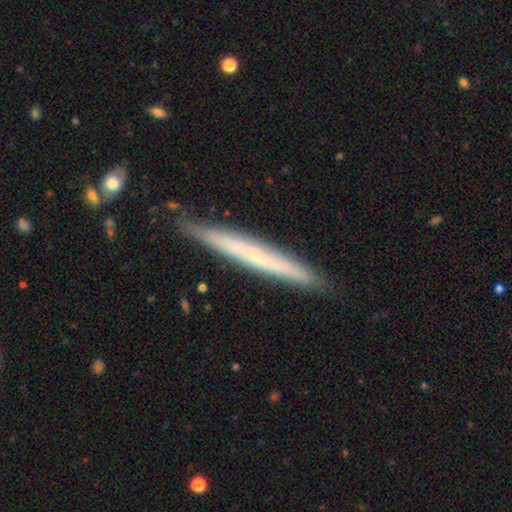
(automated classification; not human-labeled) This is possibly a featured or disk galaxy (51%). It is clearly viewed edge-on (94%). Merging: clearly none (87%).